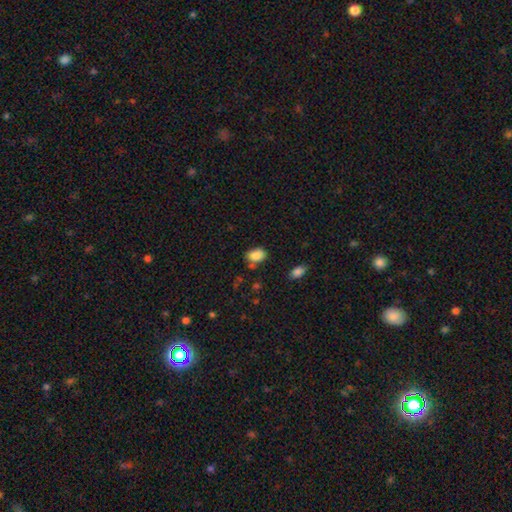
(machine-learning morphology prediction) smooth 83%, star or artifact 9%, featured or disk 8%. Down the decision tree: how rounded — in between (80%); merging — none (65%).